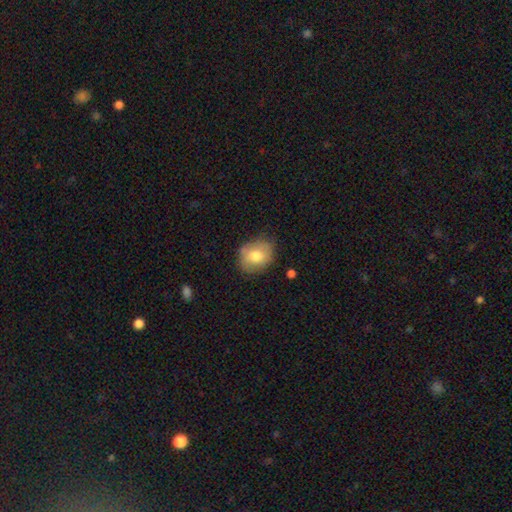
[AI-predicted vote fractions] This appears to be a smooth galaxy with no disk features (72%) that is round (53%). Merging: none (70%).